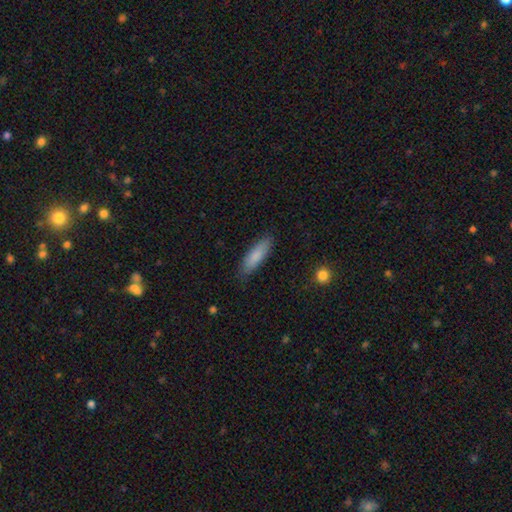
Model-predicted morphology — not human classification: Overall: smooth (81%). How rounded: cigar-shaped (61%; in between 38%). Merging: none (85%).